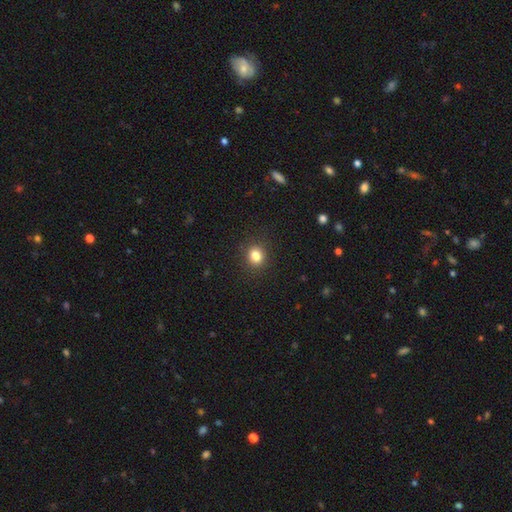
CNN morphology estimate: Q: Smooth or featured?
A: smooth (82%); runner-up: star or artifact (12%)
Q: How rounded?
A: round (80%); runner-up: in between (19%)
Q: Merging?
A: none (90%); runner-up: minor disturbance (6%)